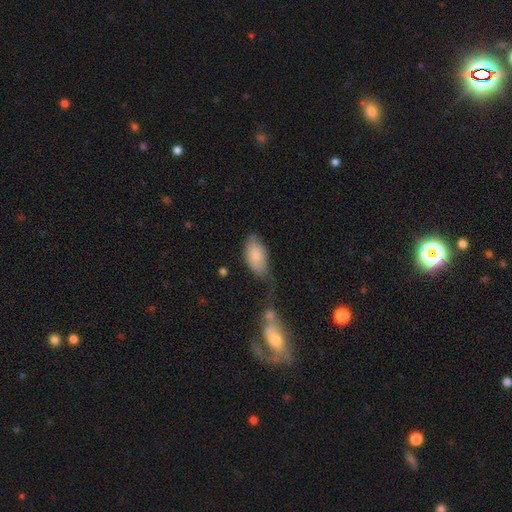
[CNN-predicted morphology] Smooth or featured?
  - smooth: 81% *
  - featured or disk: 13%
  - star or artifact: 6%
How rounded?
  - in between: 93% *
  - cigar-shaped: 4%
  - round: 3%
Merging?
  - none: 39% *
  - minor disturbance: 31%
  - major disturbance: 17%
  - merger: 12%